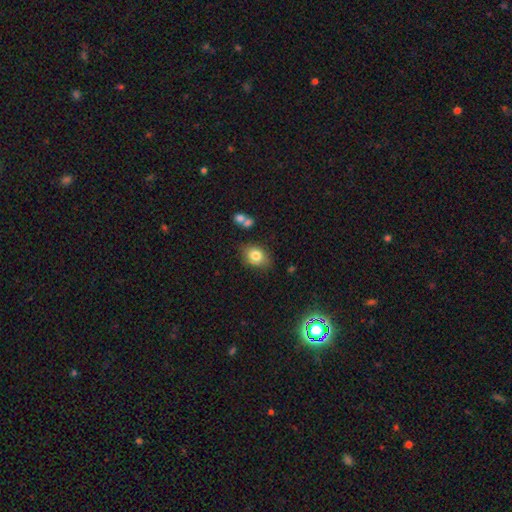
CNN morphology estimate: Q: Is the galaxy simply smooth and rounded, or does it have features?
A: smooth — 81%.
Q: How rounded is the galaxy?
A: in between — 65%.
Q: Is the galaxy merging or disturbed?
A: none — 74%.